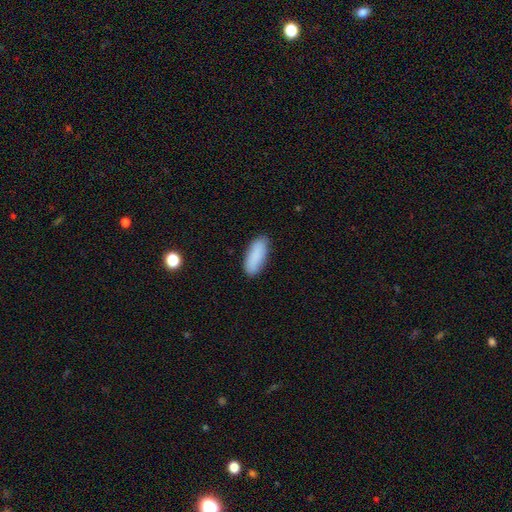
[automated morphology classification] This appears to be a smooth galaxy with no disk features (88%) that is in between round and cigar-shaped (75%). Merging: none (86%).